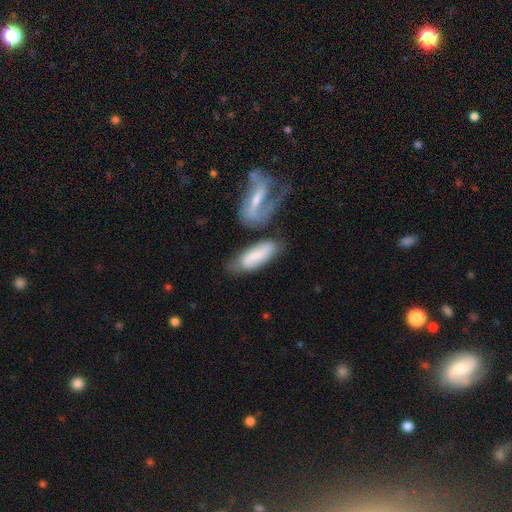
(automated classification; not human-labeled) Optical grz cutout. It shows a smooth galaxy with no disk features (59%) that is in between round and cigar-shaped (67%). Merging: none (51%).